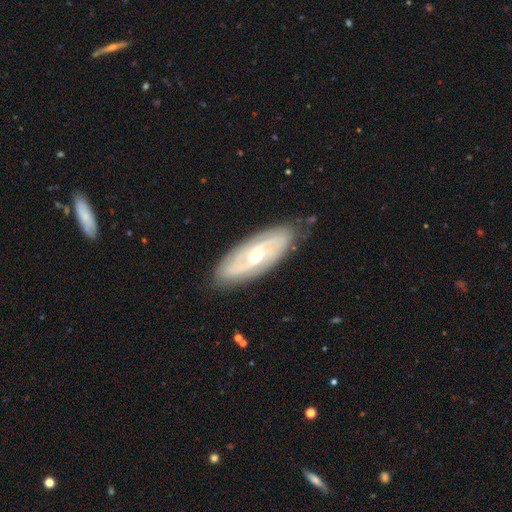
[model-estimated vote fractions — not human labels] A featured or disk galaxy (81%) with no bar (44%), 2 (69%) medium (42%) spiral arms (92%) and a moderate central bulge (57%). Merging: none (84%).